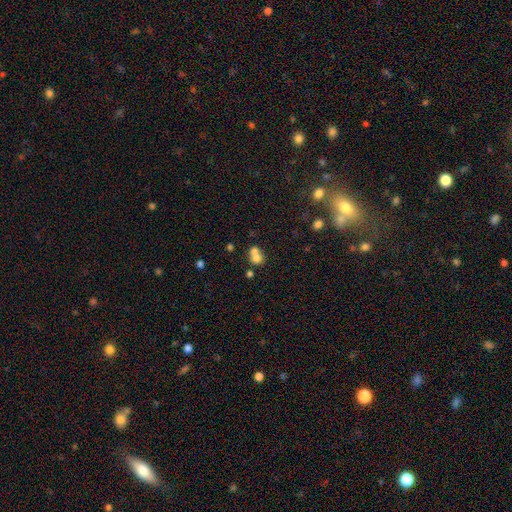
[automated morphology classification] Smooth or featured? Predicted: smooth (p=0.71). How rounded? Predicted: round (p=0.72). Merging? Predicted: merger (p=0.61).